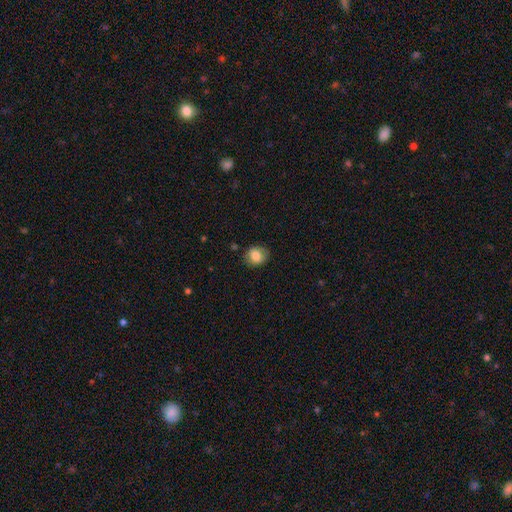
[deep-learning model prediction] The model was most divided on "how rounded": round: 58%, in between: 41%, cigar-shaped: 1%. More confident: merging — none (82%); smooth or featured — smooth (81%).